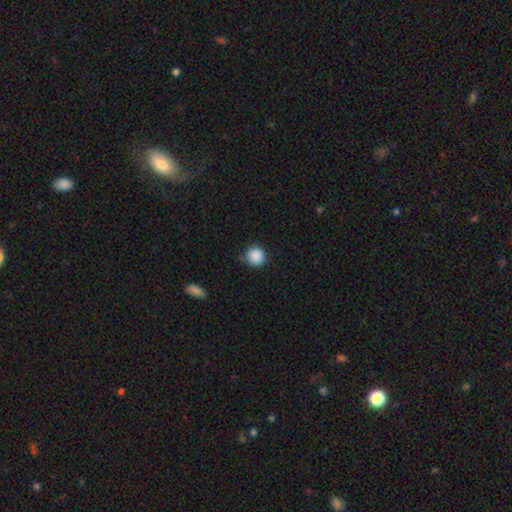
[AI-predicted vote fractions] The model was most divided on "merging": none: 86%, minor disturbance: 10%, major disturbance: 2%, merger: 1%. More confident: how rounded — round (93%); smooth or featured — smooth (89%).